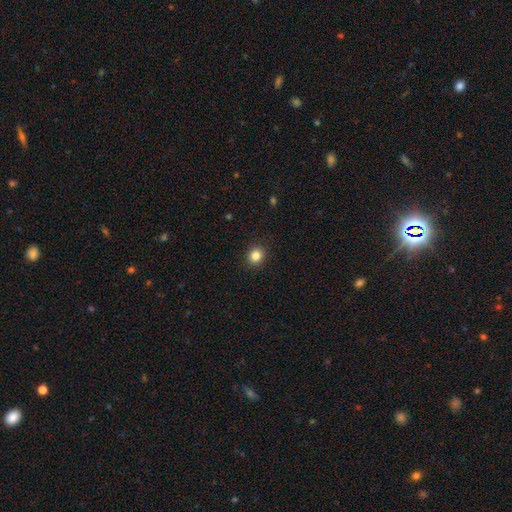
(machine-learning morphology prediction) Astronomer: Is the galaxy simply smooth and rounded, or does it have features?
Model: smooth — 84%.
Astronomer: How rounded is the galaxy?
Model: round — 79%.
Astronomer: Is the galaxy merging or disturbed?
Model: none — 91%.